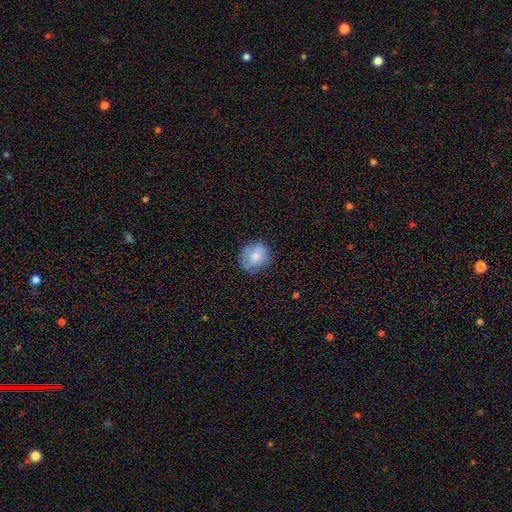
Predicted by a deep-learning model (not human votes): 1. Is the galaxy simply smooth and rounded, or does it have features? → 73% smooth, 18% featured or disk, 9% star or artifact.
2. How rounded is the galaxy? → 74% round, 25% in between, 1% cigar-shaped.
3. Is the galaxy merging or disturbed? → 74% none, 20% minor disturbance, 5% major disturbance, 1% merger.